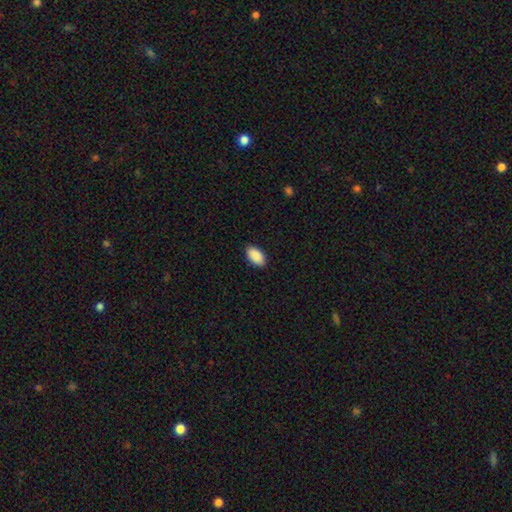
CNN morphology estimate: This appears to be a smooth galaxy with no disk features (91%) that is in between round and cigar-shaped (95%). Merging: none (89%).